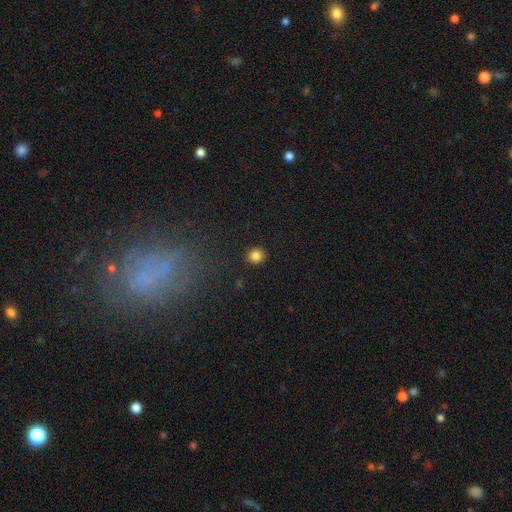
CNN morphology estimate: Q: Smooth or featured?
A: smooth (84%); runner-up: star or artifact (11%)
Q: How rounded?
A: round (92%); runner-up: in between (7%)
Q: Merging?
A: none (92%); runner-up: minor disturbance (5%)